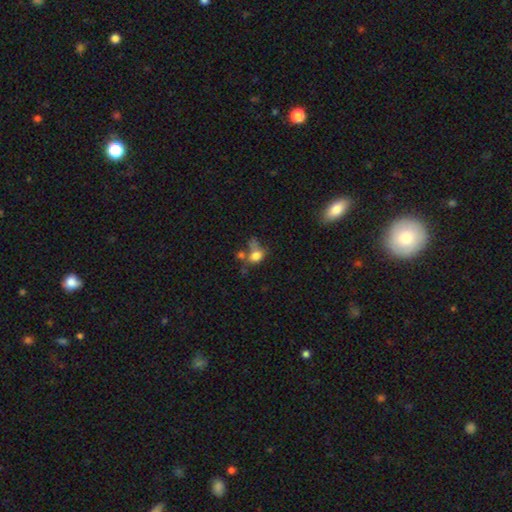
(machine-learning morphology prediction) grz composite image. It shows a smooth galaxy with no disk features (72%) that is in between round and cigar-shaped (51%). Merging: merger (32%, tied with none).